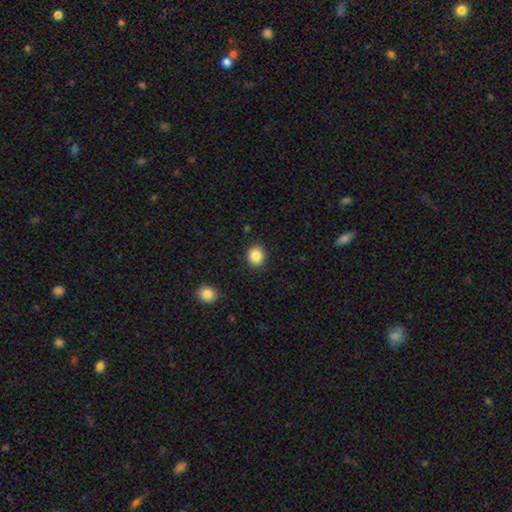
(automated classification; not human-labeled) Morphology: type=smooth (86%); roundness=round (80%); merging=none (91%).